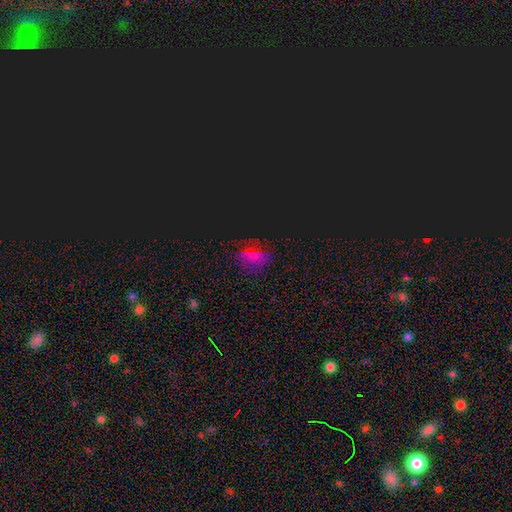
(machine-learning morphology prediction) Smooth or featured? star or artifact (51%)